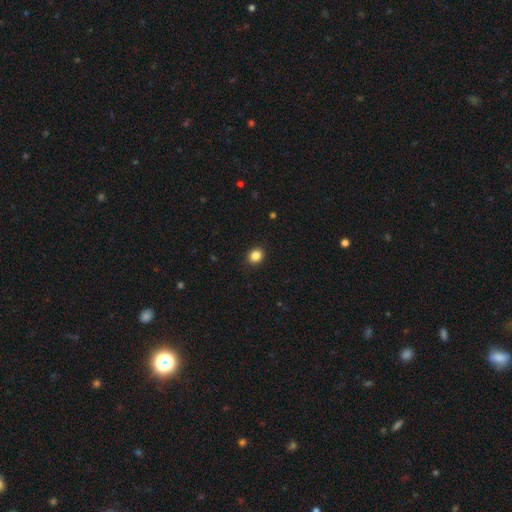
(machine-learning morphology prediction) type=smooth (85%); roundness=round (68%); merging=none (91%).